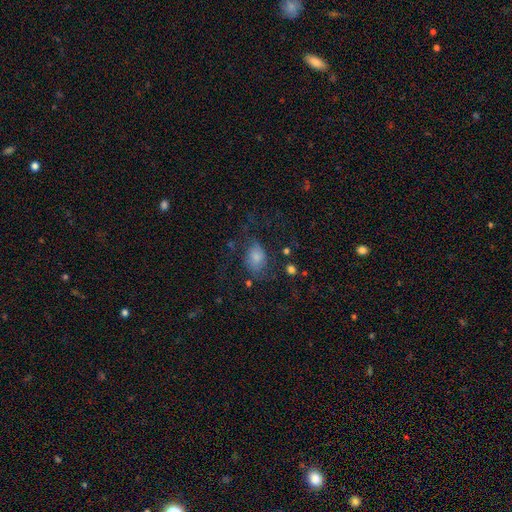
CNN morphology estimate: Smooth or featured?
  - smooth: 53% *
  - featured or disk: 30%
  - star or artifact: 17%
How rounded?
  - in between: 67% *
  - round: 31%
  - cigar-shaped: 2%
Merging?
  - none: 53% *
  - major disturbance: 23%
  - minor disturbance: 21%
  - merger: 3%